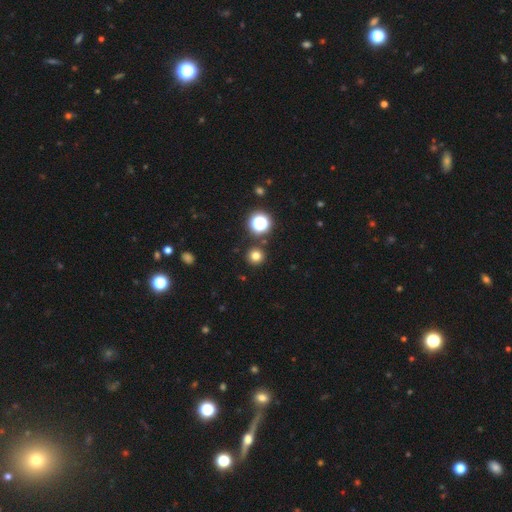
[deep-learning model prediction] Overall: smooth (76%). How rounded: round (95%). Merging: none (90%).